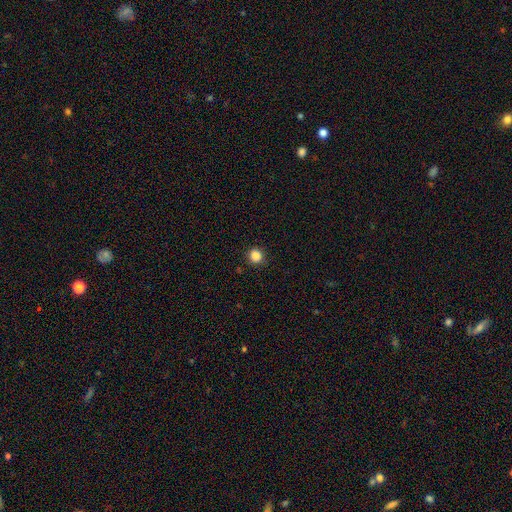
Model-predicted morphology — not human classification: Smooth or featured?
  - smooth: 87% *
  - star or artifact: 11%
  - featured or disk: 3%
How rounded?
  - round: 88% *
  - in between: 11%
  - cigar-shaped: 1%
Merging?
  - none: 90% *
  - minor disturbance: 7%
  - major disturbance: 2%
  - merger: 1%